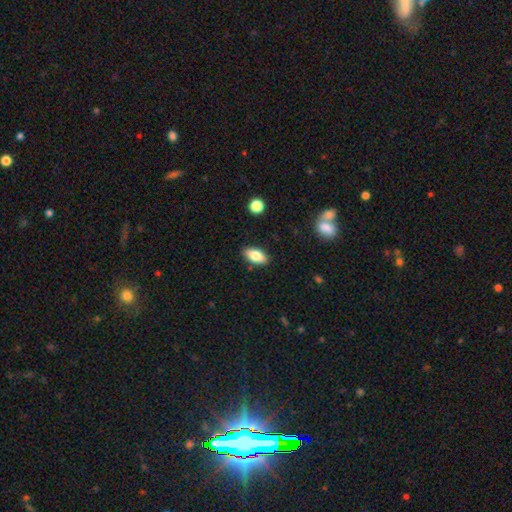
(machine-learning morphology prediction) Smooth or featured?
  - smooth: 81% *
  - featured or disk: 11%
  - star or artifact: 7%
How rounded?
  - in between: 89% *
  - cigar-shaped: 7%
  - round: 3%
Merging?
  - none: 87% *
  - minor disturbance: 9%
  - major disturbance: 2%
  - merger: 2%